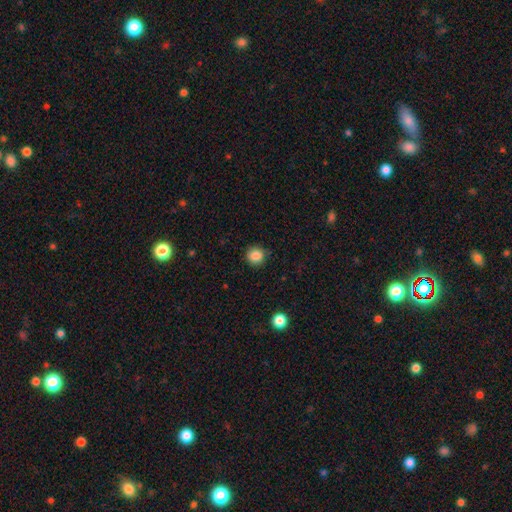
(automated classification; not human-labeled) Smooth or featured? smooth (86%)
How rounded? round (92%)
Merging? none (87%)